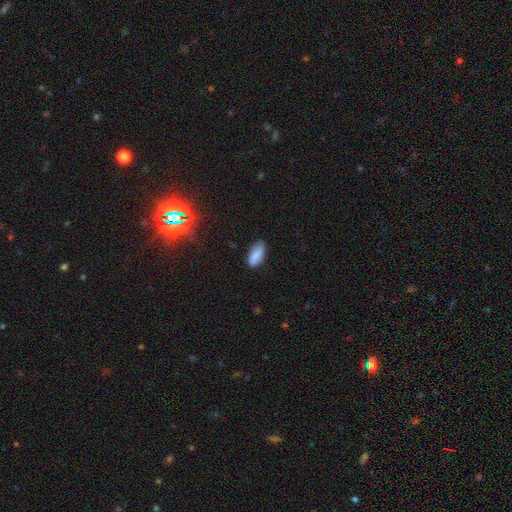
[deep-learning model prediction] Morphology: type=smooth (85%); roundness=in between (88%); merging=none (77%).